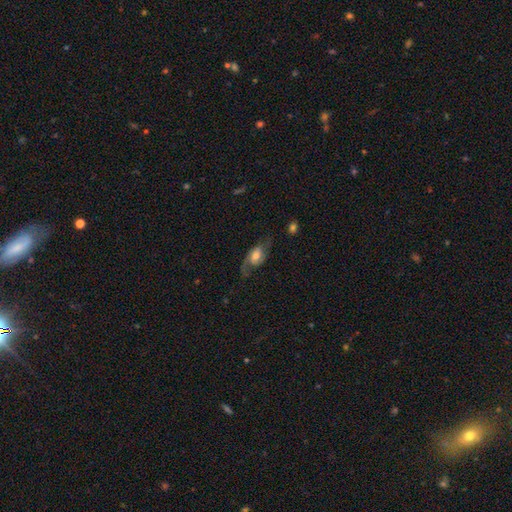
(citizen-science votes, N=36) Smooth or featured?
  - featured or disk: 67% *
  - smooth: 28%
  - star or artifact: 6%
Edge-on disk?
  - no: 100% *
  - yes: 0%
Bar?
  - no: 58% *
  - weak: 38%
  - strong: 4%
Spiral arms?
  - yes: 88% *
  - no: 12%
Spiral winding?
  - medium: 48% *
  - loose: 33%
  - tight: 19%
Spiral arm count?
  - 2: 48% *
  - 1: 29%
  - can't tell: 19%
  - 3: 5%
  - 4: 0%
  - more than 4: 0%
Bulge size?
  - moderate: 83% *
  - large: 12%
  - small: 4%
  - dominant: 0%
  - none: 0%
Merging?
  - none: 59% *
  - minor disturbance: 29%
  - major disturbance: 9%
  - merger: 3%